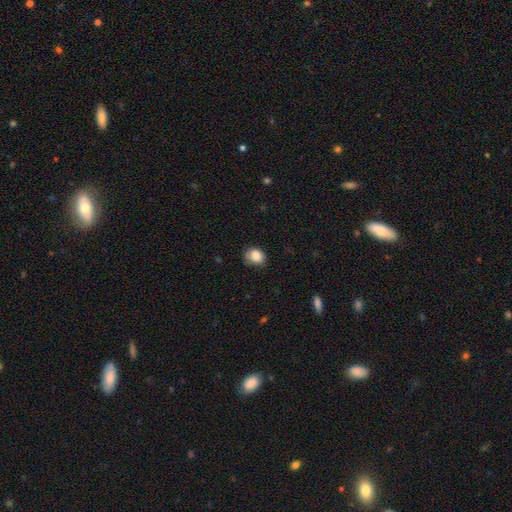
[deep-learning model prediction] Q: Smooth or featured?
A: smooth (85%); runner-up: star or artifact (9%)
Q: How rounded?
A: in between (52%); runner-up: round (47%)
Q: Merging?
A: none (64%); runner-up: minor disturbance (28%)